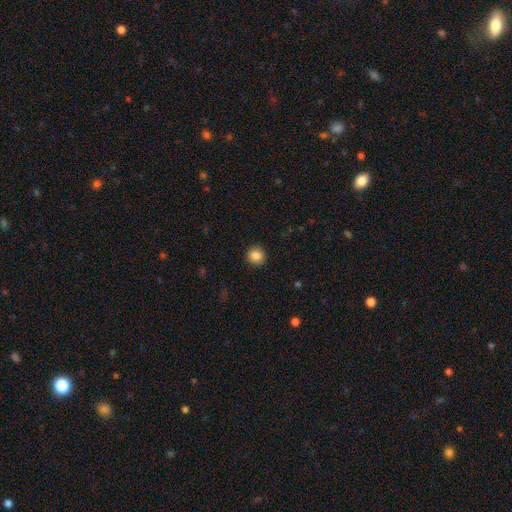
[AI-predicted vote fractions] A smooth galaxy with no disk features (86%) that is round (92%).

Vote fractions:
- Smooth or featured? smooth: 86% / star or artifact: 9% / featured or disk: 4%
- How rounded? round: 92% / in between: 7% / cigar-shaped: 1%
- Merging? none: 92% / minor disturbance: 5% / major disturbance: 2% / merger: 1%